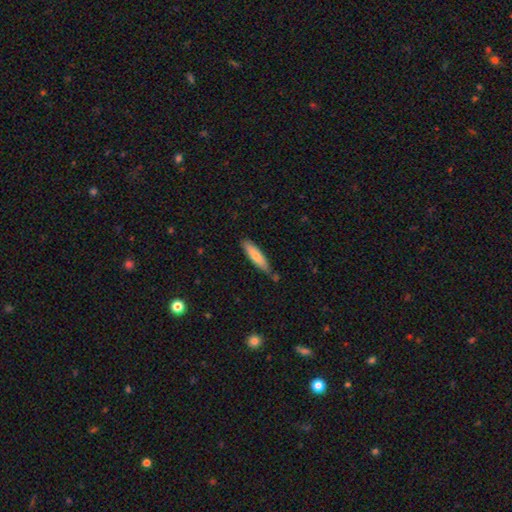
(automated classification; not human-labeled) smooth-or-featured: smooth: 75% | featured or disk: 19% | star or artifact: 6%
  how-rounded: cigar-shaped: 76% | in between: 22% | round: 1%
  merging: none: 74% | minor disturbance: 18% | merger: 5% | major disturbance: 3%